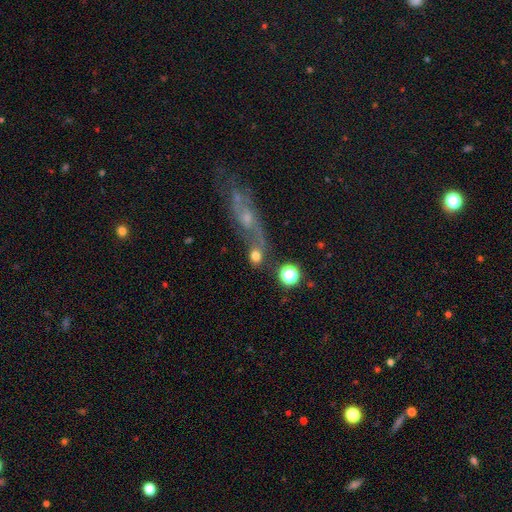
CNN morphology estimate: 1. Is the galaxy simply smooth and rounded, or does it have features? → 69% smooth, 16% featured or disk, 15% star or artifact.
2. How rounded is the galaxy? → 61% round, 35% in between, 4% cigar-shaped.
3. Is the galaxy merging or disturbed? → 47% none, 29% merger, 13% minor disturbance, 11% major disturbance.